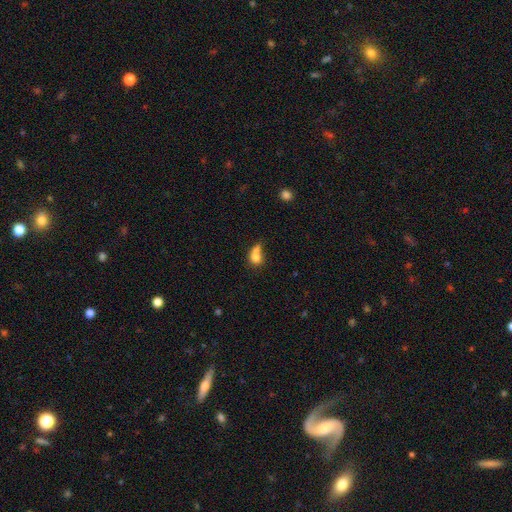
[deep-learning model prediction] A smooth galaxy with no disk features (72%) that is round (54%). Merging: merger (57%).